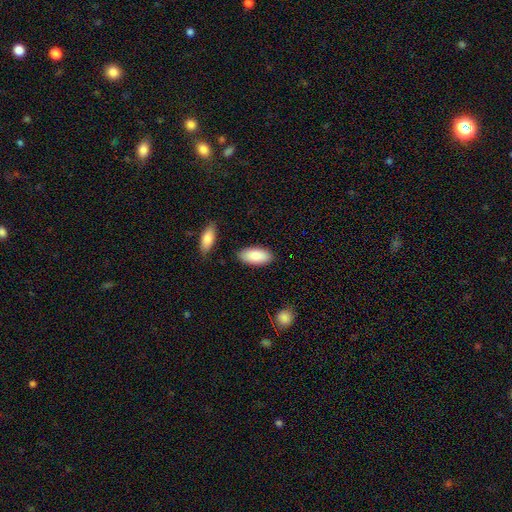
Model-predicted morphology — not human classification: smooth_or_featured: smooth (p=0.88) [alt: featured or disk p=0.07]
how_rounded: in between (p=0.92) [alt: cigar-shaped p=0.07]
merging: none (p=0.85) [alt: minor disturbance p=0.10]